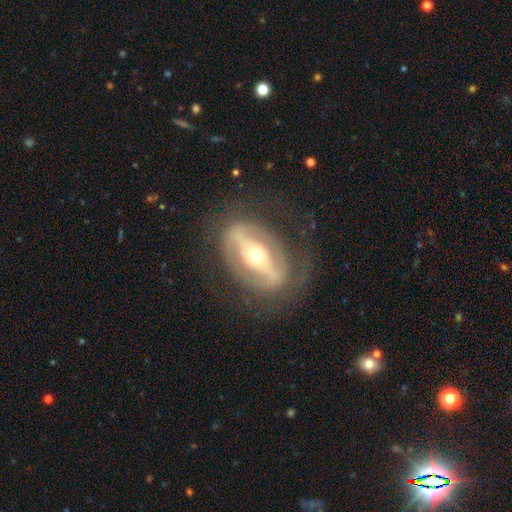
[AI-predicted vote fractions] This is likely a featured or disk galaxy (77%). It is clearly not viewed edge-on (87%). Bar: likely strong (64%). Spiral arm pattern: likely no (62%). Central bulge: possibly moderate (53%). Merging: likely none (70%).